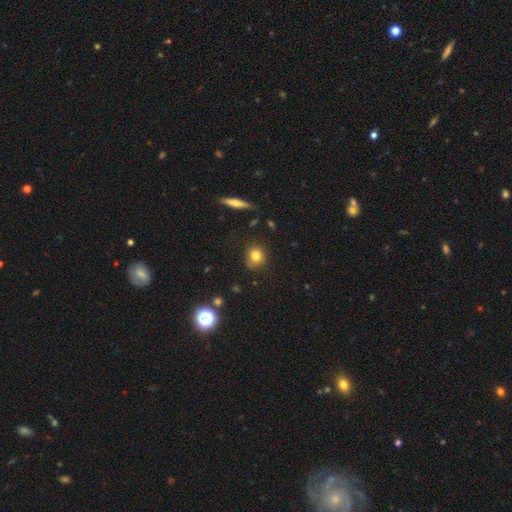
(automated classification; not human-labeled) This is likely a smooth galaxy (78%). How rounded: likely round (77%). Merging: likely none (78%).